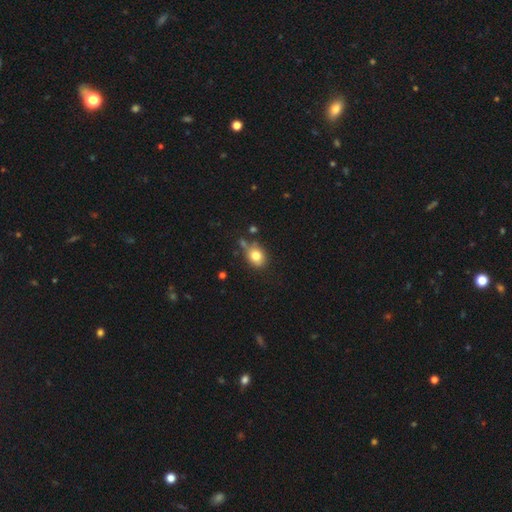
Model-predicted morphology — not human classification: A smooth galaxy with no disk features (79%) that is in between round and cigar-shaped (50%). Merging: none (61%).